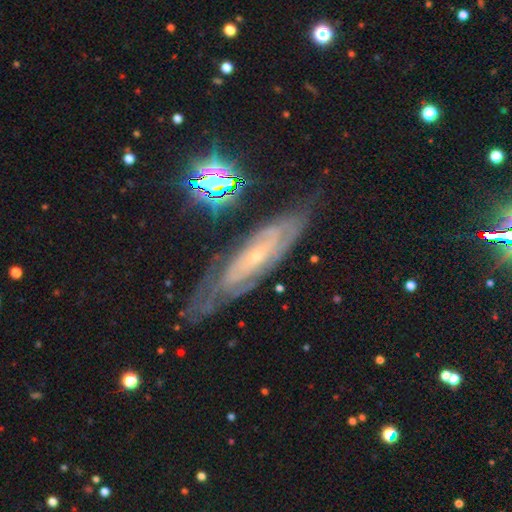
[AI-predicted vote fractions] A featured or disk galaxy (80%) with no bar (61%), tight (72%) spiral arms (92%) and a small central bulge (83%). Merging: none (75%).